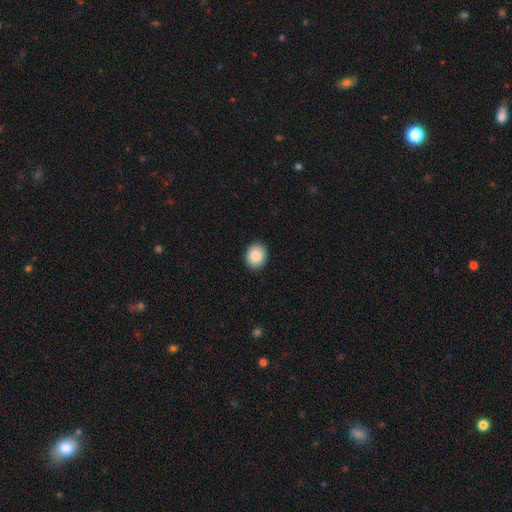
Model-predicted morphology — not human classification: smooth_or_featured: smooth (p=0.87) [alt: star or artifact p=0.08]
how_rounded: round (p=0.63) [alt: in between p=0.36]
merging: none (p=0.91) [alt: minor disturbance p=0.06]